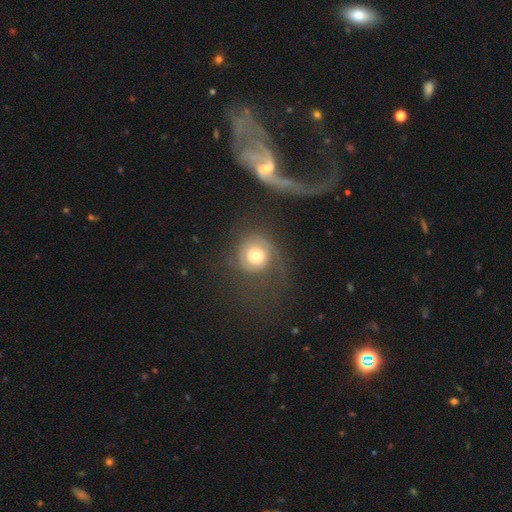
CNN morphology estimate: The model was most divided on "merging": none: 52%, major disturbance: 27%, minor disturbance: 17%, merger: 4%. More confident: edge-on disk — no (96%); spiral arms — yes (82%); bar — no (80%); smooth or featured — featured or disk (62%); bulge size — moderate (62%).